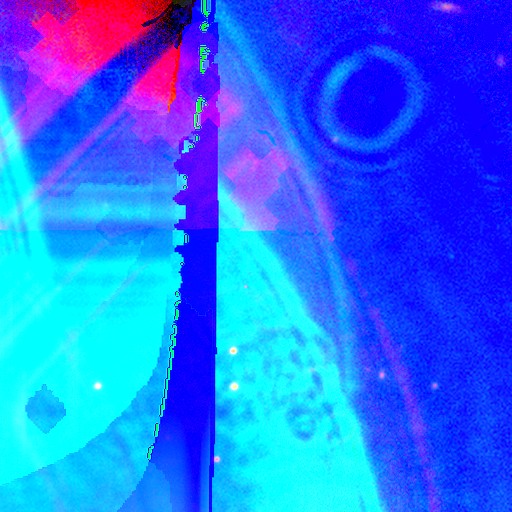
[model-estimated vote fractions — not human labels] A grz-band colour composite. It shows a star or artifact, not a galaxy (87%).